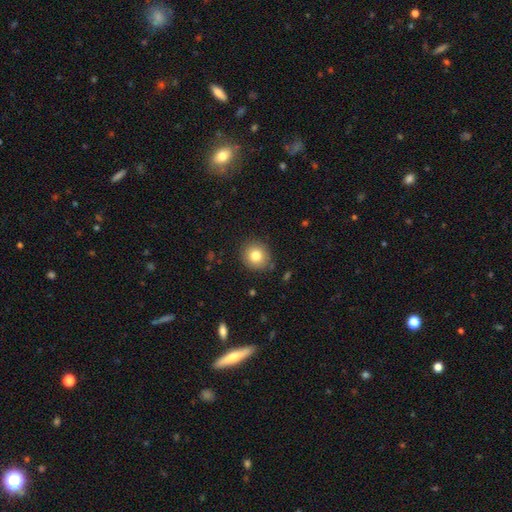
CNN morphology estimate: smooth_or_featured: smooth (p=0.80) [alt: star or artifact p=0.10]
how_rounded: round (p=0.87) [alt: in between p=0.12]
merging: none (p=0.88) [alt: minor disturbance p=0.08]